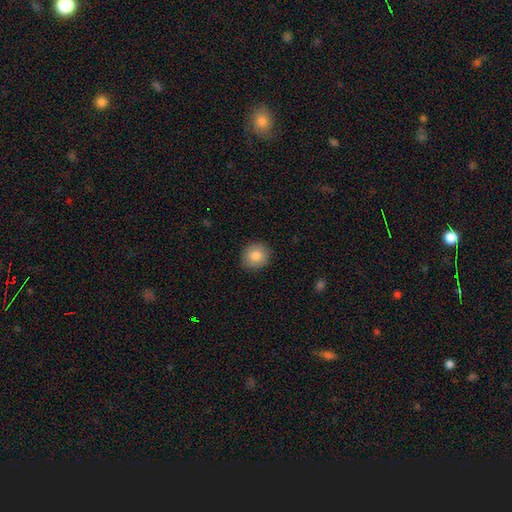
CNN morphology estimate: This is clearly a smooth galaxy (82%). How rounded: clearly round (86%). Merging: clearly none (87%).